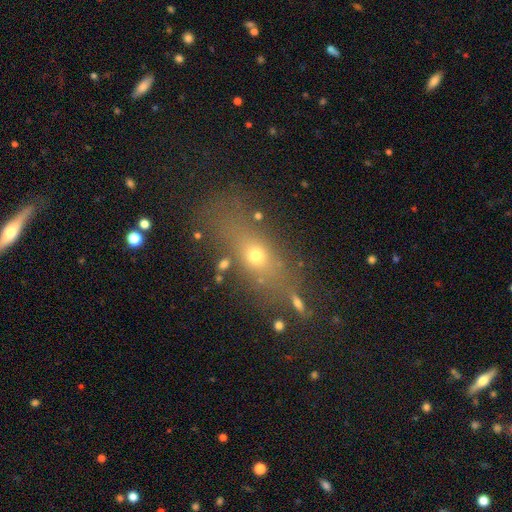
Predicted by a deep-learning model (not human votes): Smooth or featured? Predicted: smooth (p=0.58). How rounded? Predicted: in between (p=0.56). Merging? Predicted: none (p=0.71).